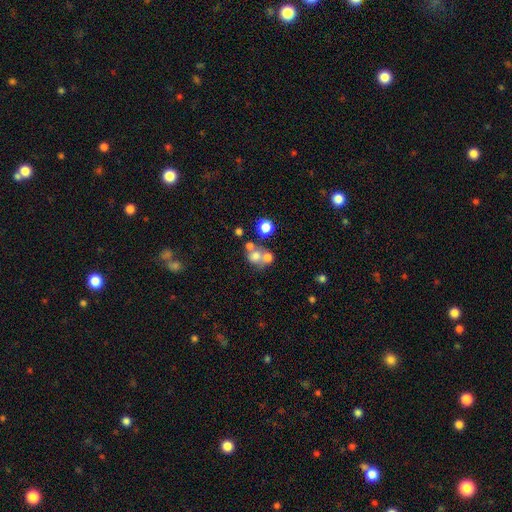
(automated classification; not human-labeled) Smooth or featured?
  - smooth: 63% *
  - featured or disk: 22%
  - star or artifact: 16%
How rounded?
  - round: 73% *
  - in between: 26%
  - cigar-shaped: 1%
Merging?
  - merger: 50% *
  - none: 35%
  - minor disturbance: 8%
  - major disturbance: 6%